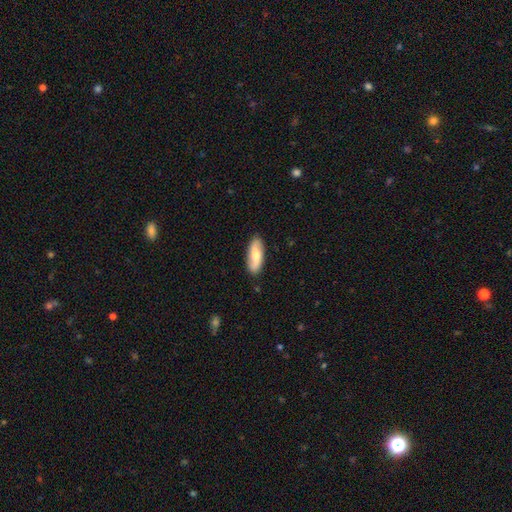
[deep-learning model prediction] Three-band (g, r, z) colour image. It shows a featured or disk galaxy (48%). Merging: none (86%).